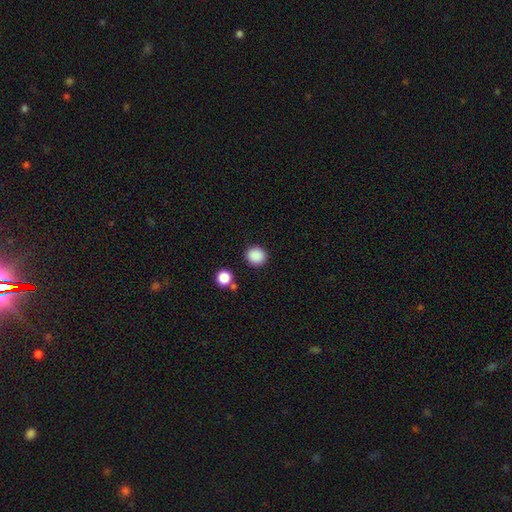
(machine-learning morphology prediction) A smooth galaxy with no disk features (88%) that is round (89%). Merging: none (89%).